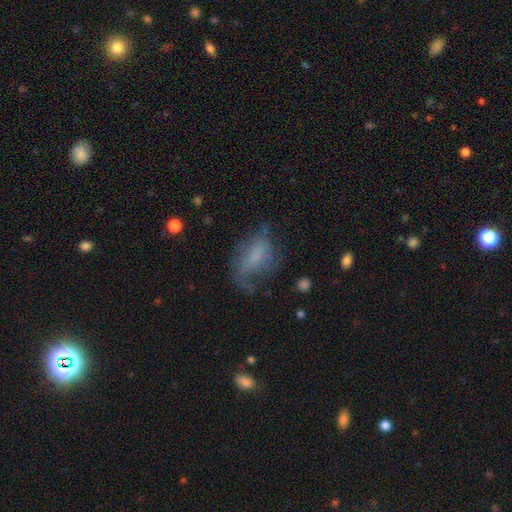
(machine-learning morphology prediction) Overall: smooth (48%; featured or disk 40%). Merging: none (38%; major disturbance 34%).